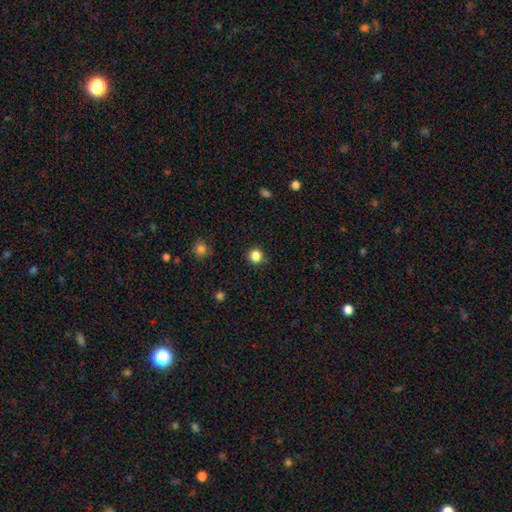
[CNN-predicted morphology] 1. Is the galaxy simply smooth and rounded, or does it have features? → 85% smooth, 12% star or artifact, 3% featured or disk.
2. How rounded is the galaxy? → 95% round, 4% in between, 1% cigar-shaped.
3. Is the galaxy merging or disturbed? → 91% none, 6% minor disturbance, 2% major disturbance, 1% merger.